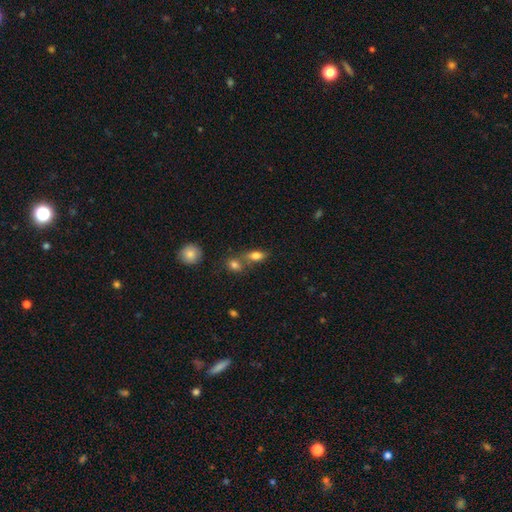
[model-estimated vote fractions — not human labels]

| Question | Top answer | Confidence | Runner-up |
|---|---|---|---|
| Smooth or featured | smooth | 80% | featured or disk (10%) |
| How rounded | in between | 82% | round (10%) |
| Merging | none | 47% | merger (38%) |